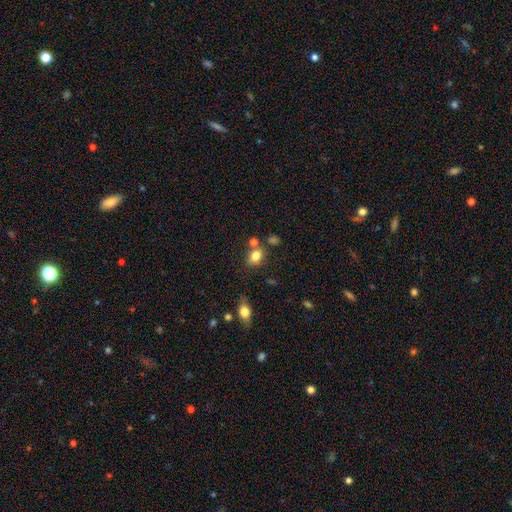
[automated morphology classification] smooth-or-featured: smooth: 80% | star or artifact: 11% | featured or disk: 9%
  how-rounded: in between: 54% | round: 45% | cigar-shaped: 1%
  merging: none: 65% | merger: 17% | minor disturbance: 14% | major disturbance: 4%